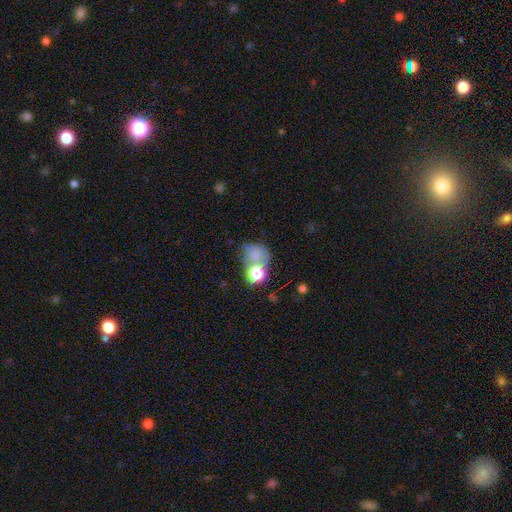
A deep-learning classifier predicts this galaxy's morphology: smooth 65%, featured or disk 19%, star or artifact 16%. Down the decision tree: how rounded — round (53%); merging — merger (44%).